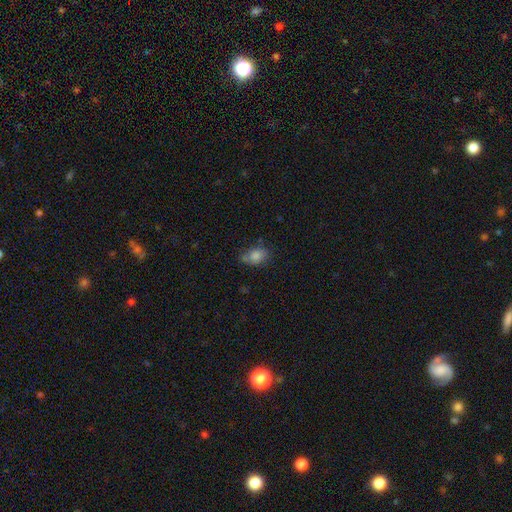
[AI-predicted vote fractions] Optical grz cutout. It shows a smooth galaxy with no disk features (83%) that is in between round and cigar-shaped (76%). Merging: none (63%).